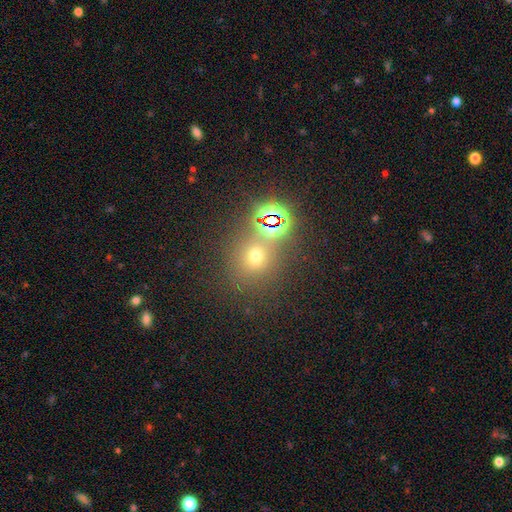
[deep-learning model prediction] A smooth galaxy with no disk features (52%) that is round (81%). Merging: none (70%).